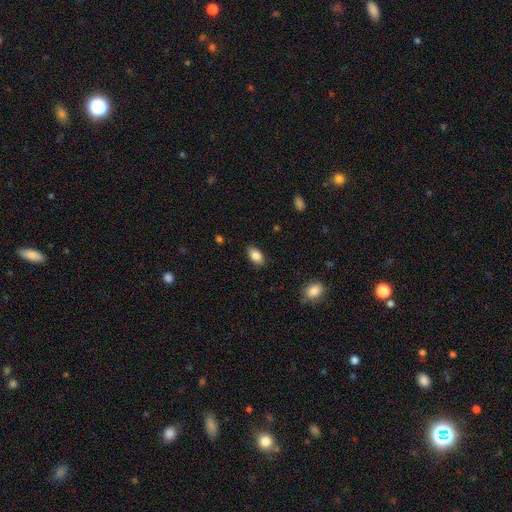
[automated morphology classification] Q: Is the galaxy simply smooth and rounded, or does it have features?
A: smooth — 85%.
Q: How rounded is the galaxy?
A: in between — 91%.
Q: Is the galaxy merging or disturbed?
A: none — 85%.